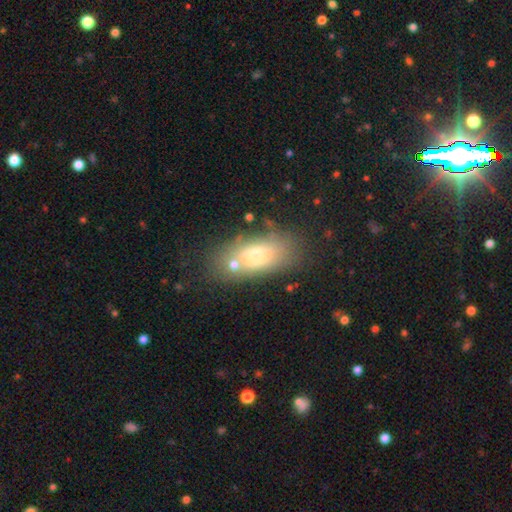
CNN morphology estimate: Overall: smooth (67%). How rounded: in between (82%). Merging: none (57%; merger 18%).